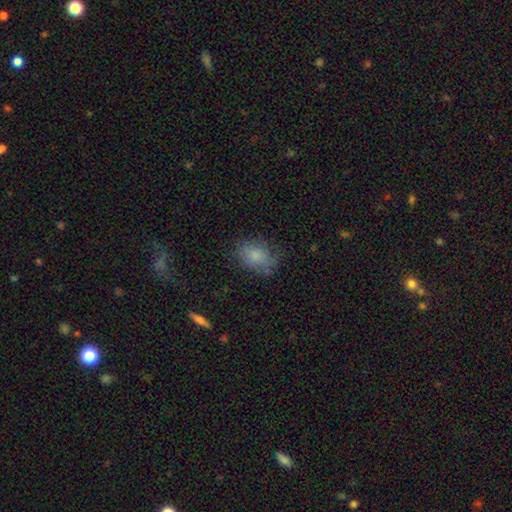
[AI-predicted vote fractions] A smooth galaxy with no disk features (77%) that is in between round and cigar-shaped (72%). Merging: none (63%).